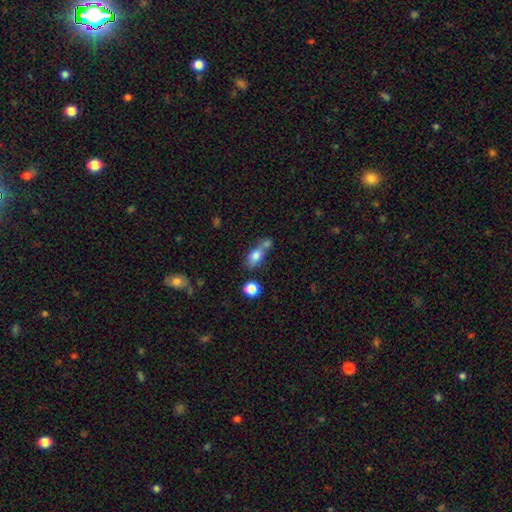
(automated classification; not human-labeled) The model was most divided on "merging": merger: 46%, none: 35%, minor disturbance: 12%, major disturbance: 6%. More confident: smooth or featured — smooth (77%); how rounded — in between (72%).